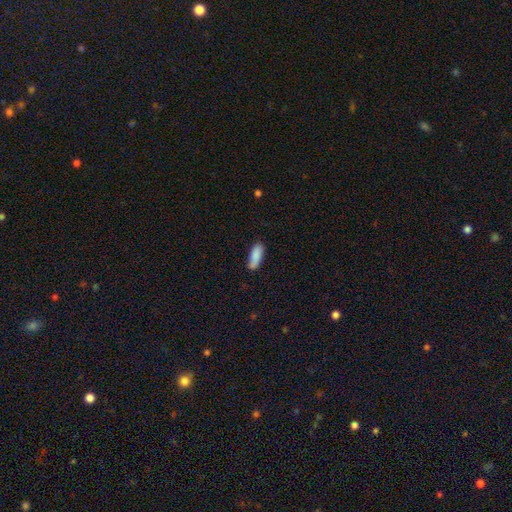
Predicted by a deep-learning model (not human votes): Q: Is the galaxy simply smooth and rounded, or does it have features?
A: smooth — 87%.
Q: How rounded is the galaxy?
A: in between — 70%.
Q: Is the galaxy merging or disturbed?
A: none — 76%.